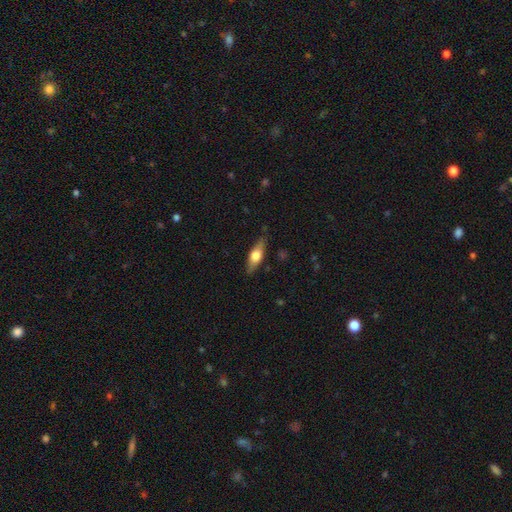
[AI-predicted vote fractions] This appears to be a smooth galaxy with no disk features (51%) that is in between round and cigar-shaped (53%). Merging: none (83%).